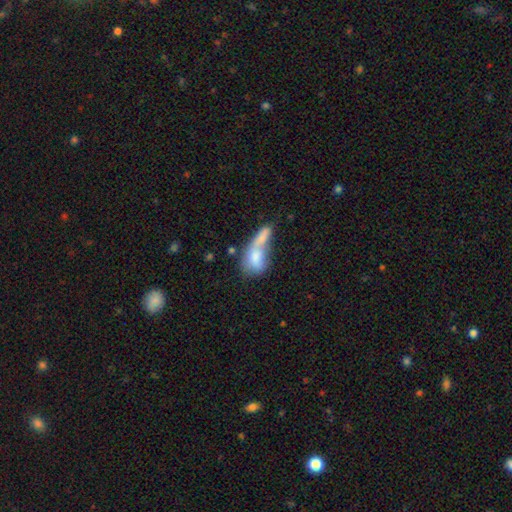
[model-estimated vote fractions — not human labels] smooth_or_featured: smooth (p=0.69) [alt: featured or disk p=0.22]
how_rounded: in between (p=0.70) [alt: round p=0.17]
merging: merger (p=0.56) [alt: none p=0.18]